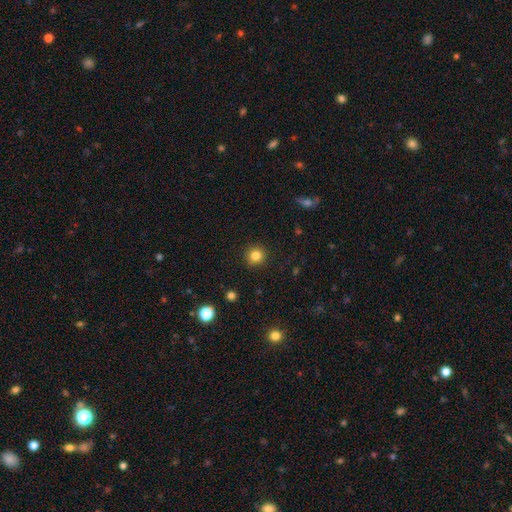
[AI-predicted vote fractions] This appears to be a smooth galaxy with no disk features (83%) that is round (93%). Merging: none (91%).